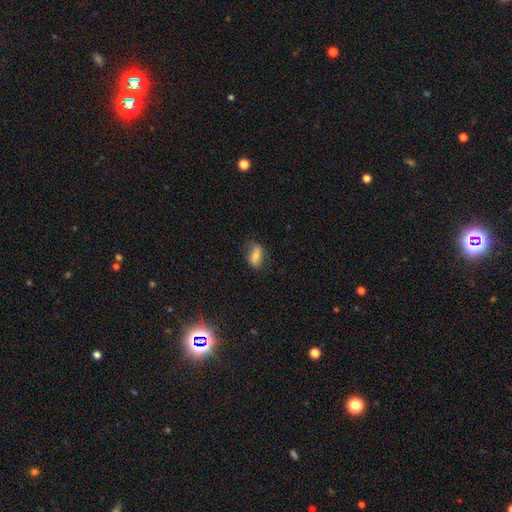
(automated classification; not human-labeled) Smooth or featured?
  - smooth: 67% *
  - featured or disk: 24%
  - star or artifact: 9%
How rounded?
  - in between: 81% *
  - cigar-shaped: 11%
  - round: 9%
Merging?
  - none: 70% *
  - minor disturbance: 21%
  - major disturbance: 7%
  - merger: 2%